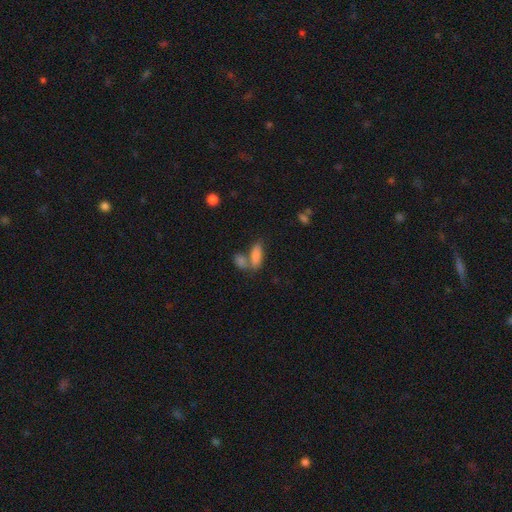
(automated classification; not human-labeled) A smooth galaxy with no disk features (82%) that is in between round and cigar-shaped (72%).

Vote fractions:
- Smooth or featured? smooth: 82% / featured or disk: 10% / star or artifact: 8%
- How rounded? in between: 72% / cigar-shaped: 25% / round: 4%
- Merging? none: 44% / merger: 42% / minor disturbance: 10% / major disturbance: 4%